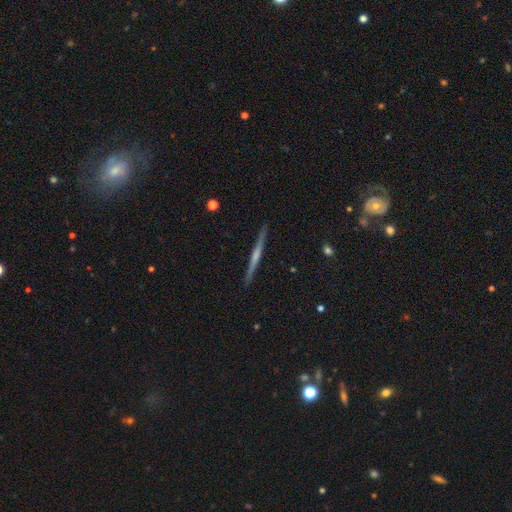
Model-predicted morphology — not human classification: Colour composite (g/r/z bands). It shows a featured or disk galaxy (68%) viewed edge-on (98%) with no central bulge (45%). Merging: none (92%).